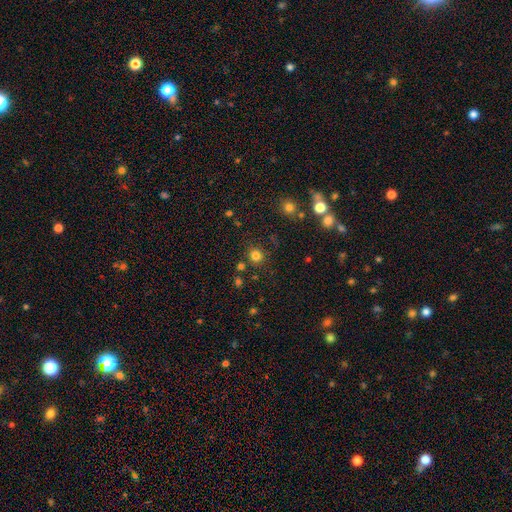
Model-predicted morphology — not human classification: A smooth galaxy with no disk features (79%) that is round (89%).

Vote fractions:
- Smooth or featured? smooth: 79% / star or artifact: 15% / featured or disk: 5%
- How rounded? round: 89% / in between: 10% / cigar-shaped: 1%
- Merging? none: 84% / minor disturbance: 8% / merger: 4% / major disturbance: 3%